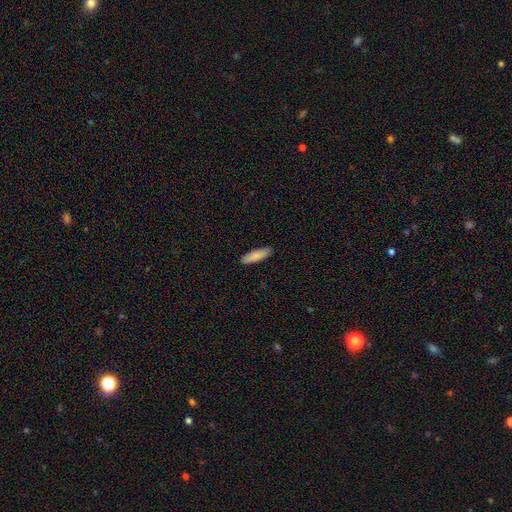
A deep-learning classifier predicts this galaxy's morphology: Smooth or featured? smooth (85%)
How rounded? cigar-shaped (56%)
Merging? none (89%)